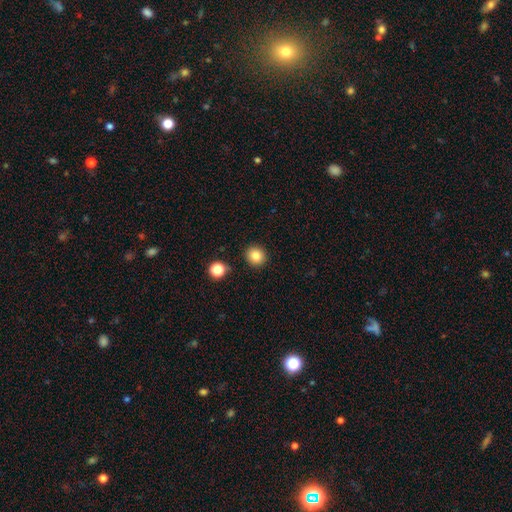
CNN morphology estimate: The model was most divided on "smooth or featured": smooth: 84%, star or artifact: 11%, featured or disk: 5%. More confident: merging — none (90%); how rounded — round (88%).